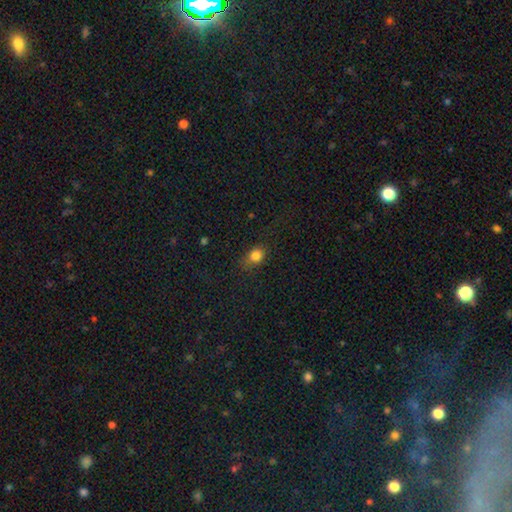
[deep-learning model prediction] The model was most divided on "how rounded": round: 52%, in between: 47%, cigar-shaped: 2%. More confident: smooth or featured — smooth (83%); merging — none (73%).